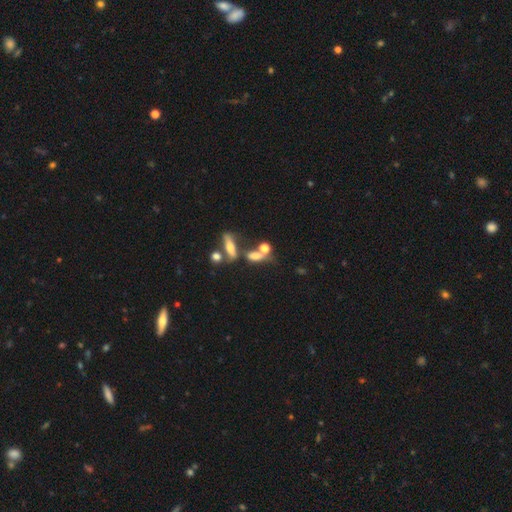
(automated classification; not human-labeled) Q: Smooth or featured?
A: smooth (60%); runner-up: featured or disk (24%)
Q: How rounded?
A: in between (54%); runner-up: cigar-shaped (27%)
Q: Merging?
A: merger (38%); runner-up: none (37%)